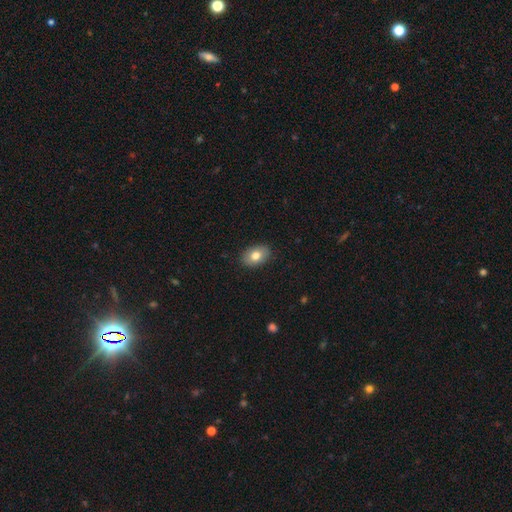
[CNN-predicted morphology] This appears to be a smooth galaxy with no disk features (79%) that is in between round and cigar-shaped (83%). Merging: none (89%).